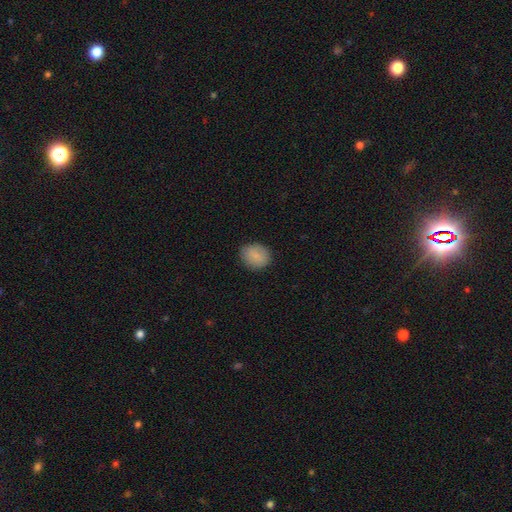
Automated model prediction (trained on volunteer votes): A smooth galaxy with no disk features (85%) that is round (62%).

Vote fractions:
- Smooth or featured? smooth: 85% / star or artifact: 8% / featured or disk: 7%
- How rounded? round: 62% / in between: 36% / cigar-shaped: 1%
- Merging? none: 86% / minor disturbance: 10% / major disturbance: 3% / merger: 1%